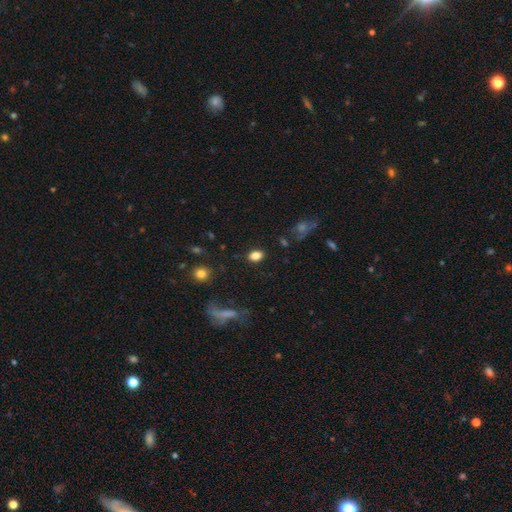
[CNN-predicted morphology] A smooth galaxy with no disk features (83%) that is in between round and cigar-shaped (74%).

Vote fractions:
- Smooth or featured? smooth: 83% / star or artifact: 10% / featured or disk: 7%
- How rounded? in between: 74% / round: 24% / cigar-shaped: 2%
- Merging? none: 84% / minor disturbance: 11% / major disturbance: 3% / merger: 2%